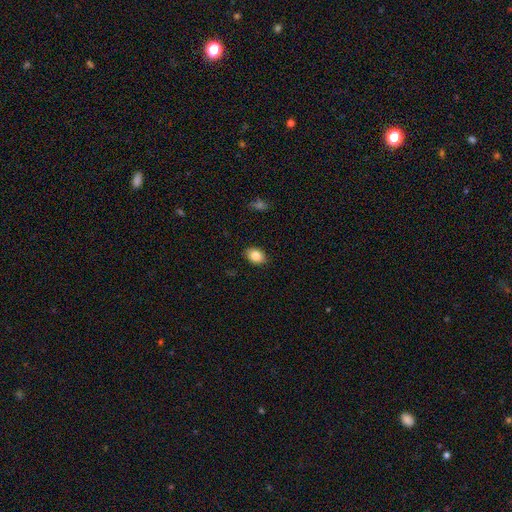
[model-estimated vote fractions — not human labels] smooth-or-featured: smooth: 85% | star or artifact: 8% | featured or disk: 7%
  how-rounded: in between: 78% | round: 21% | cigar-shaped: 1%
  merging: none: 89% | minor disturbance: 8% | major disturbance: 2% | merger: 1%